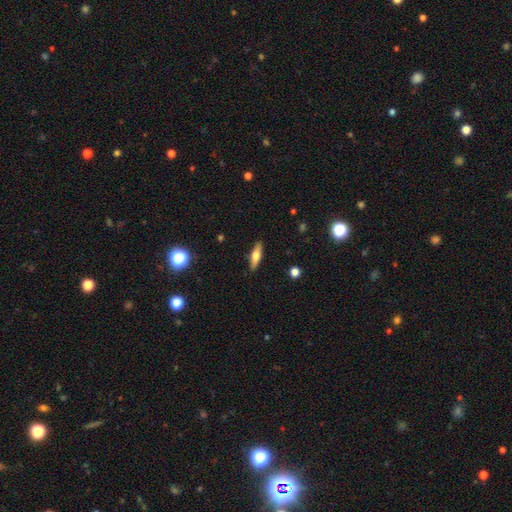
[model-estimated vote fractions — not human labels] Smooth or featured? smooth (55%)
How rounded? cigar-shaped (61%)
Merging? none (89%)